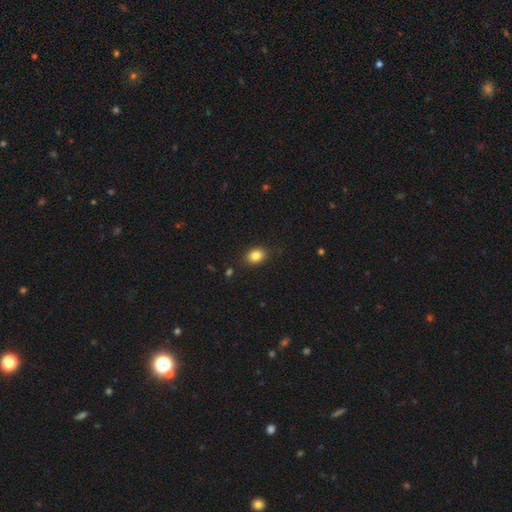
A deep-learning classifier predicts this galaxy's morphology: Q: Smooth or featured?
A: smooth (84%); runner-up: star or artifact (10%)
Q: How rounded?
A: in between (64%); runner-up: round (35%)
Q: Merging?
A: none (88%); runner-up: minor disturbance (9%)